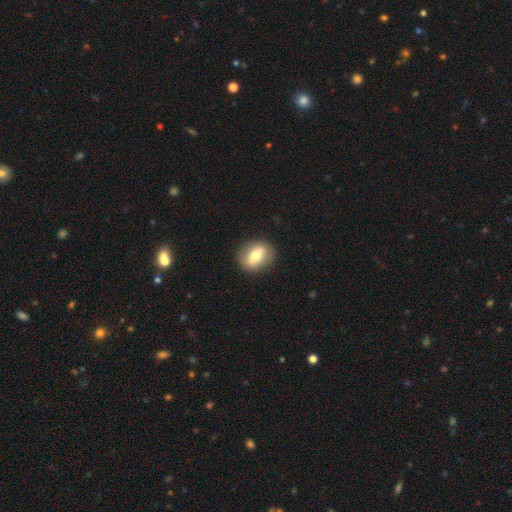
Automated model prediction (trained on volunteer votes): smooth 64%, featured or disk 28%, star or artifact 8%. Down the decision tree: how rounded — in between (55%); merging — none (88%).